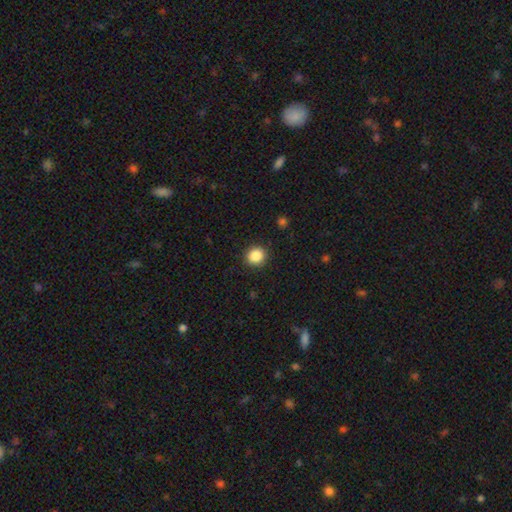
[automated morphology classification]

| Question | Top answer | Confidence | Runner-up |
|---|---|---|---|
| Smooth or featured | smooth | 86% | star or artifact (10%) |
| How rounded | round | 89% | in between (10%) |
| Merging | none | 91% | minor disturbance (6%) |